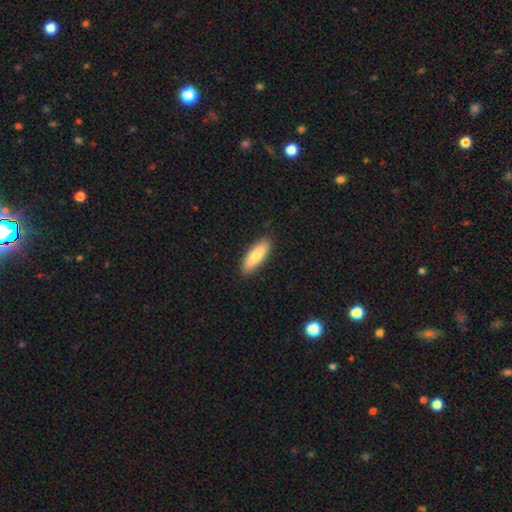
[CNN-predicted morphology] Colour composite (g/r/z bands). It shows a smooth galaxy with no disk features (78%) that is in between round and cigar-shaped (61%). Merging: none (88%).